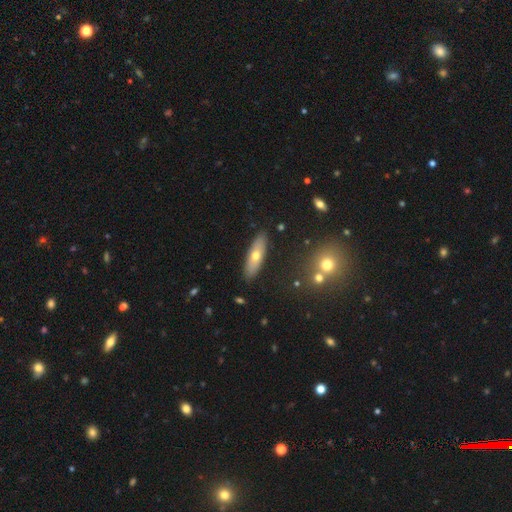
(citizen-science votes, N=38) Morphology: type=smooth (74%); roundness=cigar-shaped (64%); merging=none (87%).